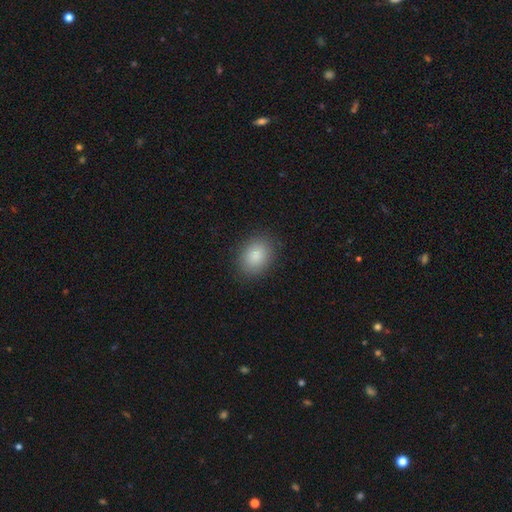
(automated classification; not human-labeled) A smooth galaxy with no disk features (86%) that is in between round and cigar-shaped (65%).

Vote fractions:
- Smooth or featured? smooth: 86% / star or artifact: 8% / featured or disk: 5%
- How rounded? in between: 65% / round: 34% / cigar-shaped: 1%
- Merging? none: 87% / minor disturbance: 9% / major disturbance: 3% / merger: 1%